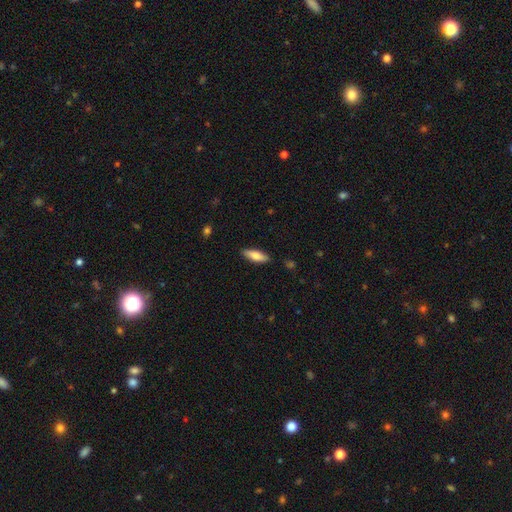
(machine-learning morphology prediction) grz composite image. It shows a smooth galaxy with no disk features (74%) that is in between round and cigar-shaped (53%). Merging: none (87%).